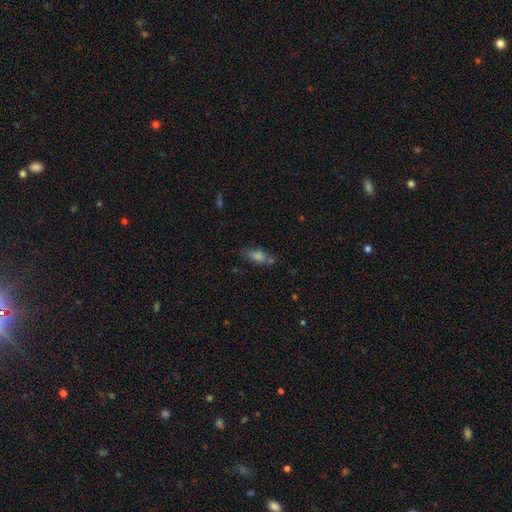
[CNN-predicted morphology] Smooth or featured? smooth (58%)
How rounded? in between (65%)
Merging? none (71%)